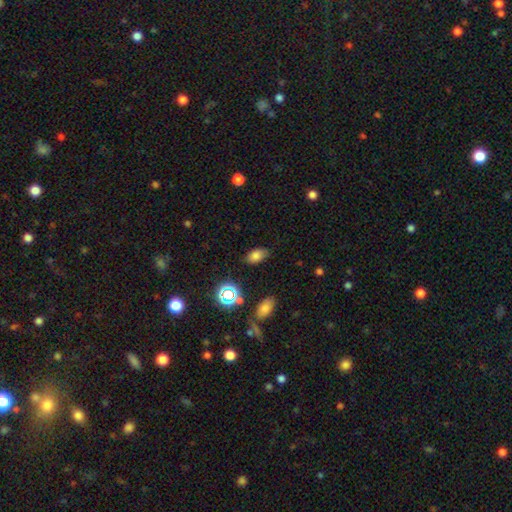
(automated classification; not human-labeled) A smooth galaxy with no disk features (77%) that is in between round and cigar-shaped (89%). Merging: none (82%).